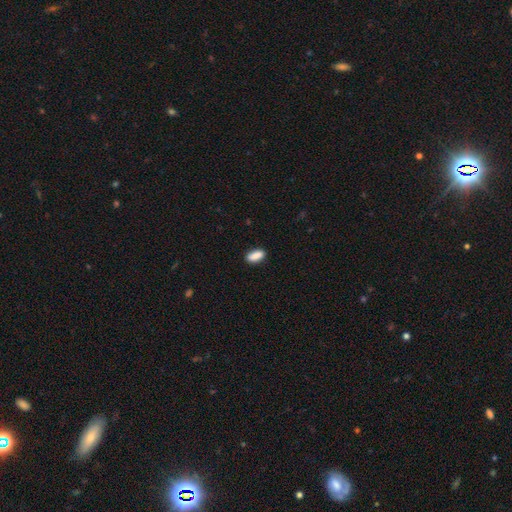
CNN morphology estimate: This appears to be a smooth galaxy with no disk features (88%) that is in between round and cigar-shaped (82%). Merging: none (85%).